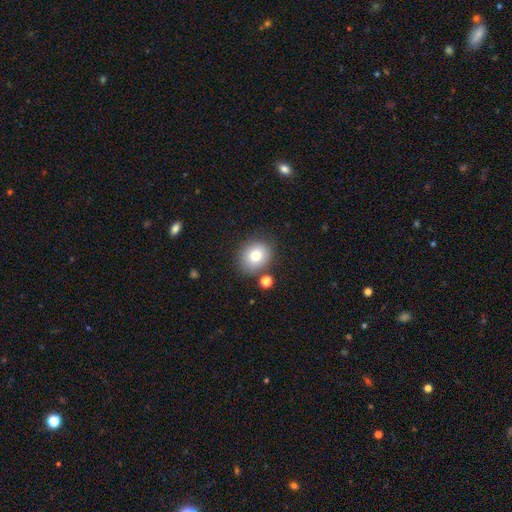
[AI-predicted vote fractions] The model was most divided on "how rounded": round: 69%, in between: 30%, cigar-shaped: 1%. More confident: merging — none (79%); smooth or featured — smooth (77%).